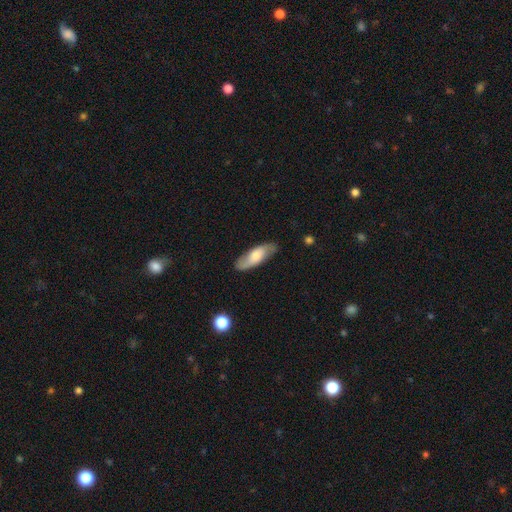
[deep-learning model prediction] smooth_or_featured: smooth (p=0.56) [alt: featured or disk p=0.39]
how_rounded: in between (p=0.63) [alt: cigar-shaped p=0.35]
merging: none (p=0.82) [alt: minor disturbance p=0.14]